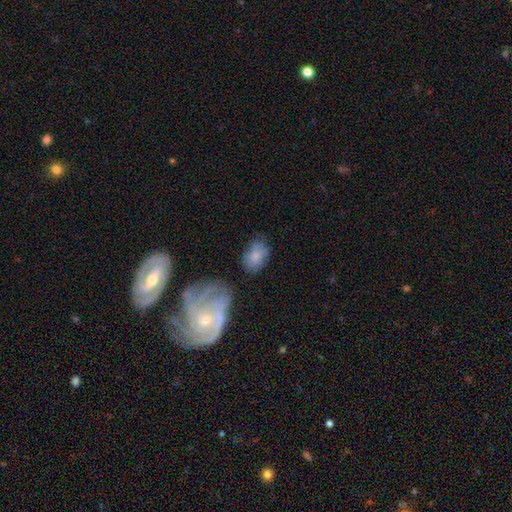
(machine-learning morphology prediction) Smooth or featured: smooth — 70% (featured or disk — 22%)
How rounded: in between — 78% (round — 20%)
Merging: none — 59% (minor disturbance — 23%)